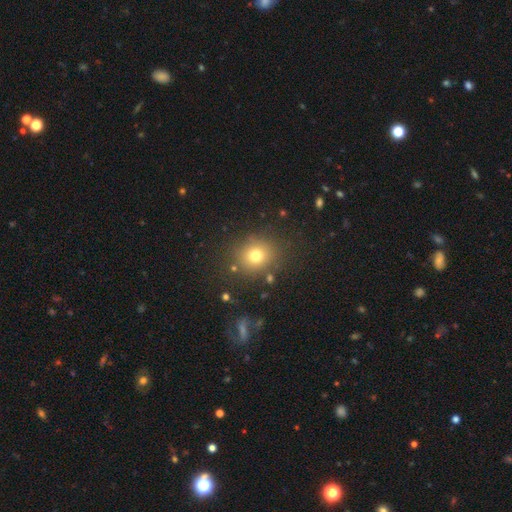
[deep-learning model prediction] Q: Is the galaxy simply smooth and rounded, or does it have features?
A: smooth — 75%.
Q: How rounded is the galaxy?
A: round — 78%.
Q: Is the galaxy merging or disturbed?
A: none — 84%.